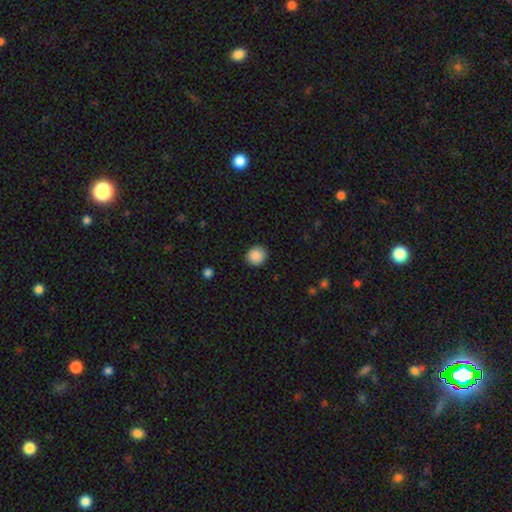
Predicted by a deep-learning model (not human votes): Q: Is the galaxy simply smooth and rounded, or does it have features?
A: smooth — 88%.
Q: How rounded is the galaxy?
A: round — 91%.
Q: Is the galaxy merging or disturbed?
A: none — 88%.